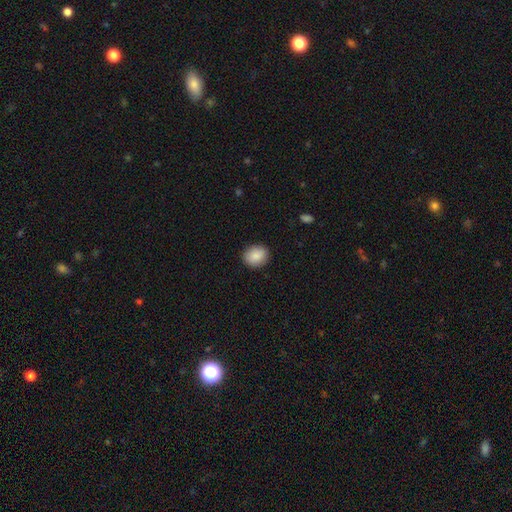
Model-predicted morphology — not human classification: A smooth galaxy with no disk features (89%) that is round (57%).

Vote fractions:
- Smooth or featured? smooth: 89% / star or artifact: 7% / featured or disk: 4%
- How rounded? round: 57% / in between: 42% / cigar-shaped: 1%
- Merging? none: 89% / minor disturbance: 8% / major disturbance: 2% / merger: 1%